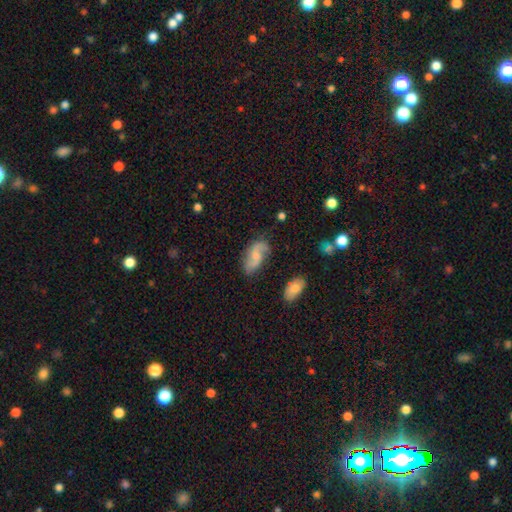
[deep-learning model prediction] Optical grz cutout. It shows a featured or disk galaxy (67%) with no bar (48%), 2 (89%) loose (64%) spiral arms (92%) and a small central bulge (48%). Merging: none (72%).